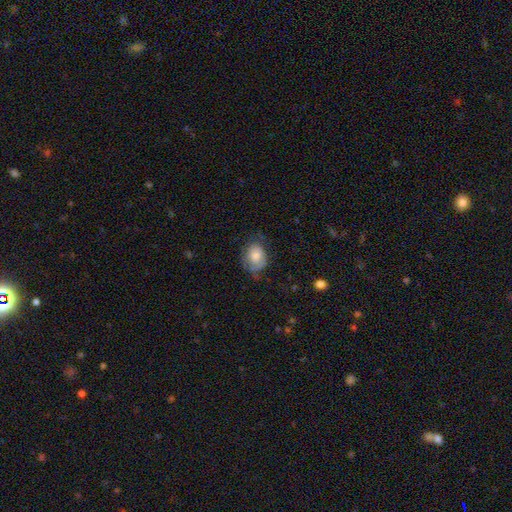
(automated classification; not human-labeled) This is likely a smooth galaxy (67%). How rounded: likely in between (64%). Merging: possibly none (51%).